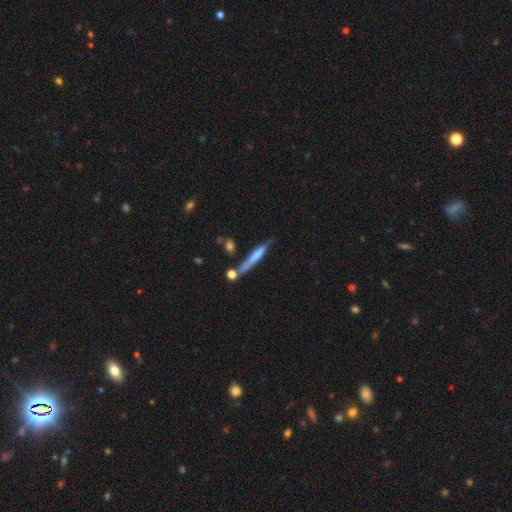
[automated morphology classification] Smooth or featured: smooth — 54% (featured or disk — 39%)
How rounded: cigar-shaped — 91% (in between — 7%)
Merging: none — 53% (minor disturbance — 23%)